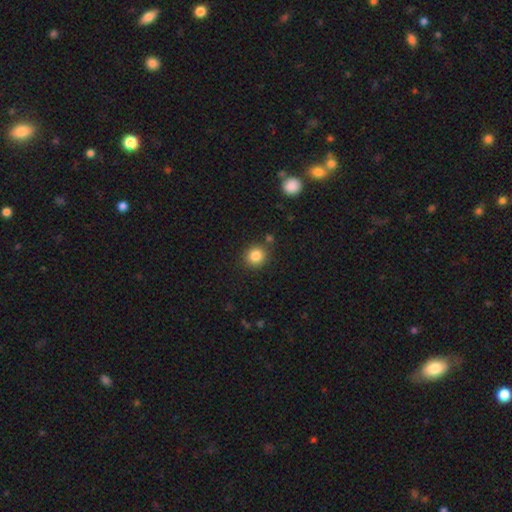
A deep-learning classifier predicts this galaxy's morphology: Smooth or featured: smooth — 85% (star or artifact — 10%)
How rounded: round — 88% (in between — 11%)
Merging: none — 85% (minor disturbance — 8%)